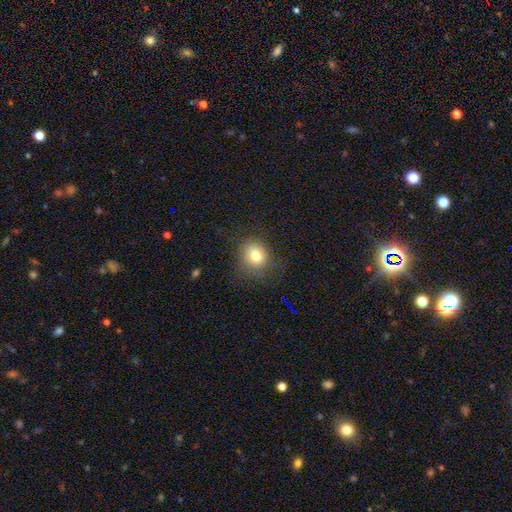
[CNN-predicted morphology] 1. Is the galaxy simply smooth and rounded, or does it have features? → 78% smooth, 12% star or artifact, 10% featured or disk.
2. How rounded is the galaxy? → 78% round, 22% in between, 1% cigar-shaped.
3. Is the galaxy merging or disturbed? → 79% none, 13% minor disturbance, 6% major disturbance, 1% merger.